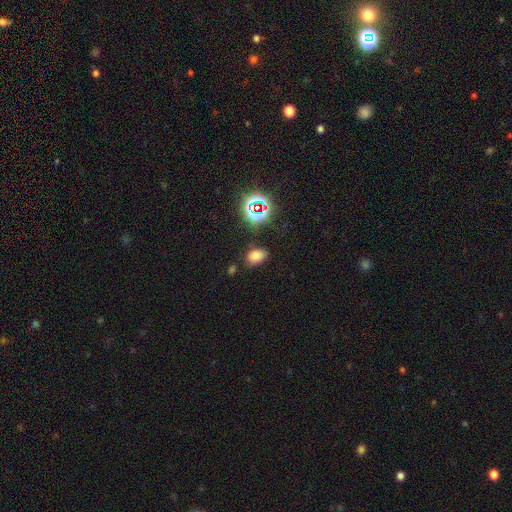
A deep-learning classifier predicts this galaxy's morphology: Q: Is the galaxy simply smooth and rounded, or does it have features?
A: smooth — 71%.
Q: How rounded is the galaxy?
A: in between — 80%.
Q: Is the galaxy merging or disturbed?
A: none — 75%.